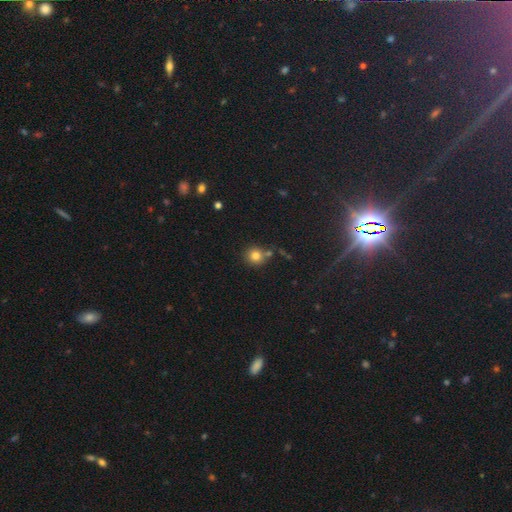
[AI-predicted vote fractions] Overall: smooth (80%). How rounded: round (90%). Merging: none (70%).